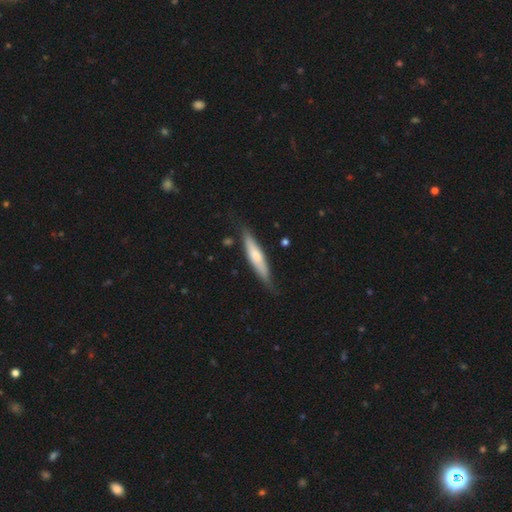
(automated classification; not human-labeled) Smooth or featured: smooth — 56% (featured or disk — 39%)
How rounded: cigar-shaped — 85% (in between — 14%)
Merging: none — 75% (minor disturbance — 19%)